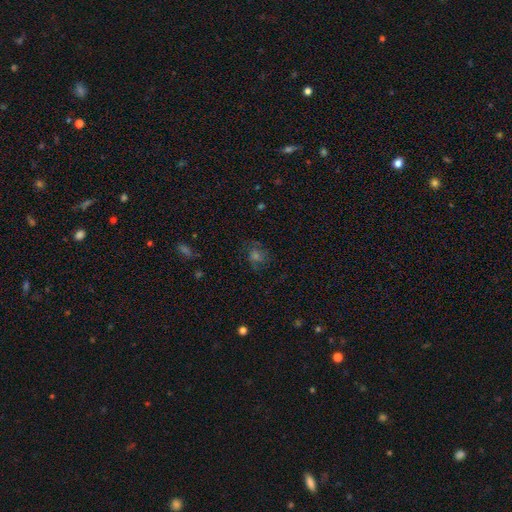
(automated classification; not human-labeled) Morphology: type=smooth (37%); merging=none (71%).